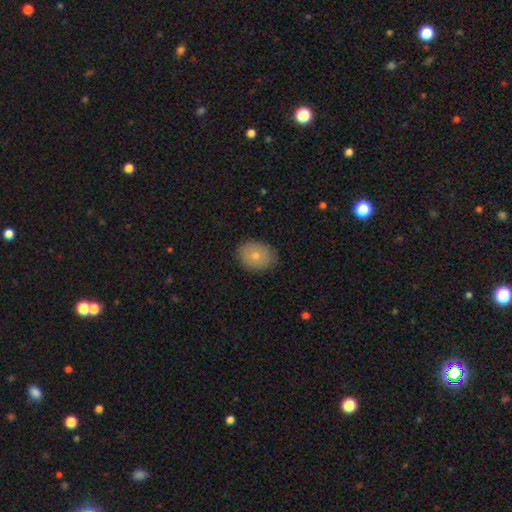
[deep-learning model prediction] A smooth galaxy with no disk features (76%) that is in between round and cigar-shaped (51%).

Vote fractions:
- Smooth or featured? smooth: 76% / featured or disk: 15% / star or artifact: 8%
- How rounded? in between: 51% / round: 48% / cigar-shaped: 1%
- Merging? none: 85% / minor disturbance: 12% / major disturbance: 3% / merger: 1%